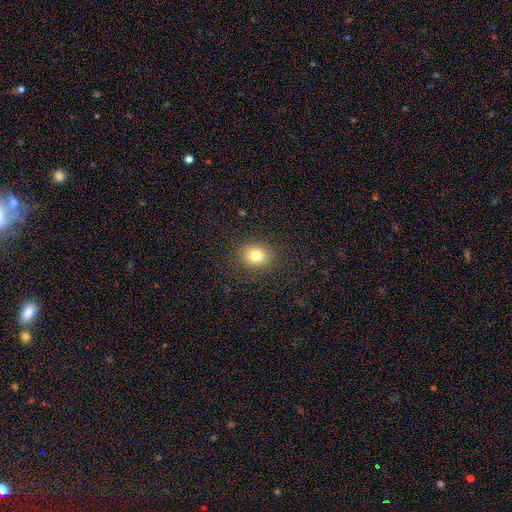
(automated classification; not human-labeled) A smooth galaxy with no disk features (79%) that is round (75%).

Vote fractions:
- Smooth or featured? smooth: 79% / star or artifact: 13% / featured or disk: 8%
- How rounded? round: 75% / in between: 24% / cigar-shaped: 1%
- Merging? none: 87% / minor disturbance: 8% / major disturbance: 4% / merger: 1%